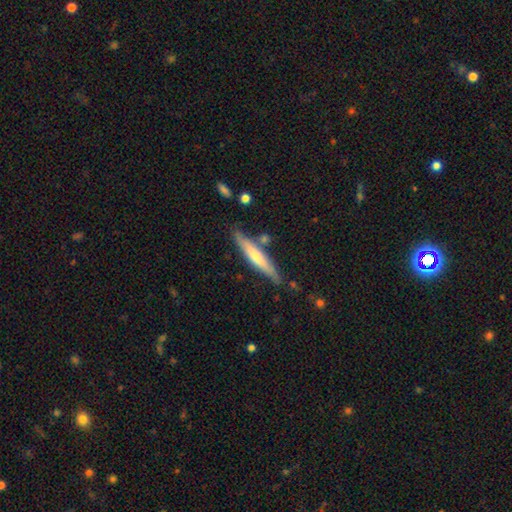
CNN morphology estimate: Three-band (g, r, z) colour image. It shows a featured or disk galaxy (60%) viewed edge-on (95%) with a rounded central bulge (67%). Merging: none (81%).